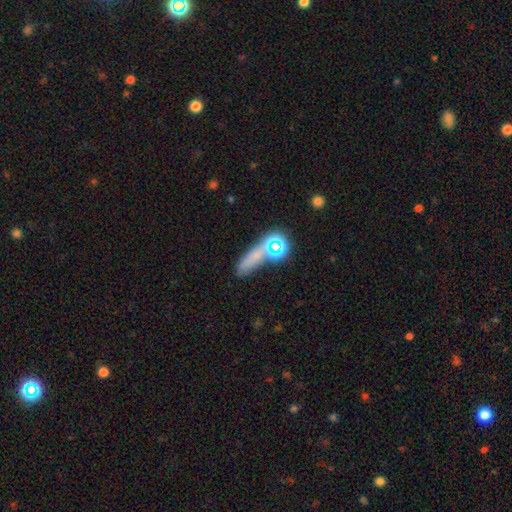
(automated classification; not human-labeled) A smooth galaxy with no disk features (56%) that is cigar-shaped (50%).

Vote fractions:
- Smooth or featured? smooth: 56% / star or artifact: 27% / featured or disk: 16%
- How rounded? cigar-shaped: 50% / in between: 29% / round: 21%
- Merging? none: 55% / merger: 20% / minor disturbance: 15% / major disturbance: 11%